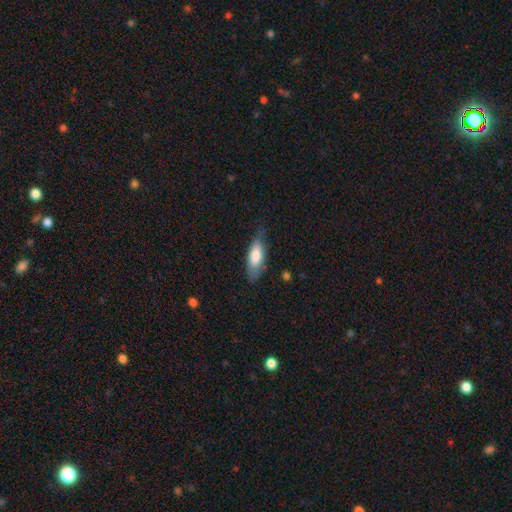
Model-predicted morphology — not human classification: type=smooth (74%); roundness=in between (75%); merging=none (68%).